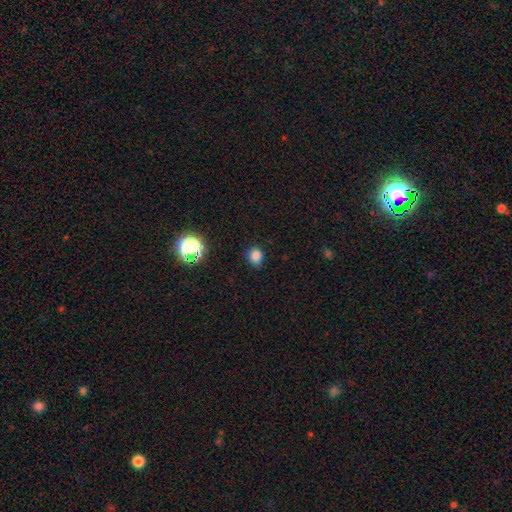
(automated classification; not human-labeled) Smooth or featured? Predicted: smooth (p=0.80). How rounded? Predicted: round (p=0.73). Merging? Predicted: none (p=0.83).